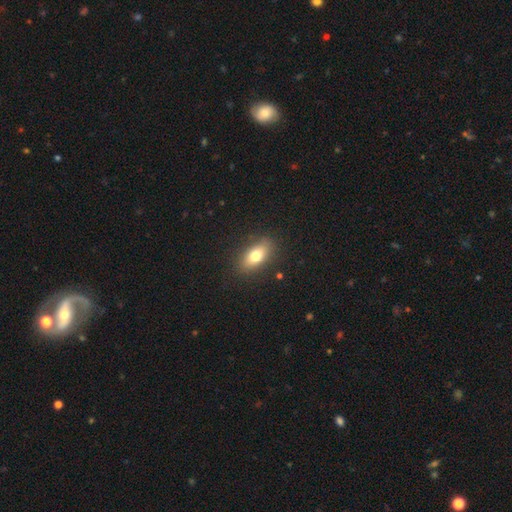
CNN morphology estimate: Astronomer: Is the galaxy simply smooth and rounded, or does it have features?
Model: smooth — 76%.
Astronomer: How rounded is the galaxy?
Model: in between — 84%.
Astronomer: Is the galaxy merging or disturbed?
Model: none — 85%.